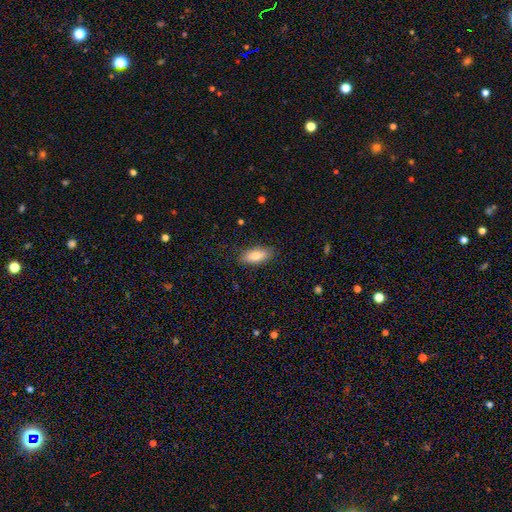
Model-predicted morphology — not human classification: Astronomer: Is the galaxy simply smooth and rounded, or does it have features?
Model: smooth — 81%.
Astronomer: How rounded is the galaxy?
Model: in between — 80%.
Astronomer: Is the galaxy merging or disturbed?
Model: none — 87%.